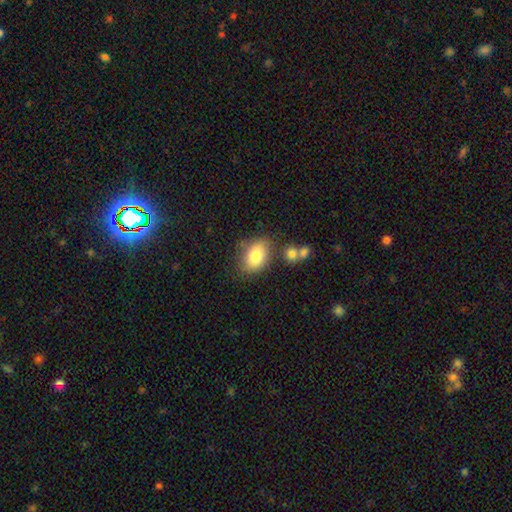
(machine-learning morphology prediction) Overall: smooth (82%). How rounded: in between (83%). Merging: none (70%).